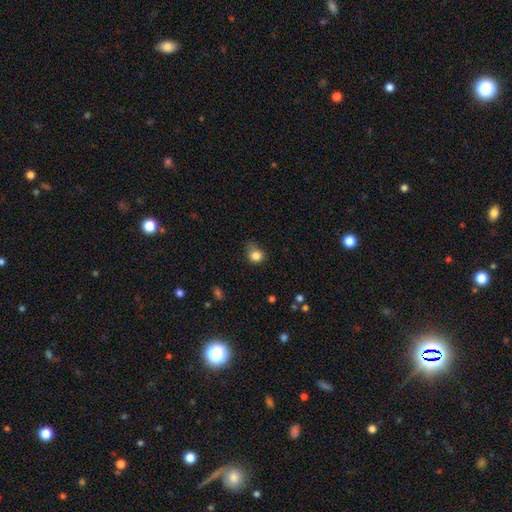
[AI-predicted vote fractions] The model was most divided on "merging": none: 42%, minor disturbance: 40%, major disturbance: 16%, merger: 2%. More confident: smooth or featured — smooth (83%); how rounded — round (71%).